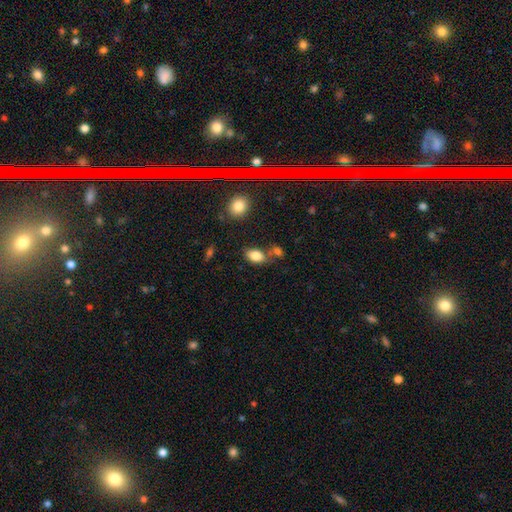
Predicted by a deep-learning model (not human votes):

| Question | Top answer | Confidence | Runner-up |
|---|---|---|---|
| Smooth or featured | smooth | 83% | star or artifact (10%) |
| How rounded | in between | 85% | round (13%) |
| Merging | none | 62% | merger (18%) |